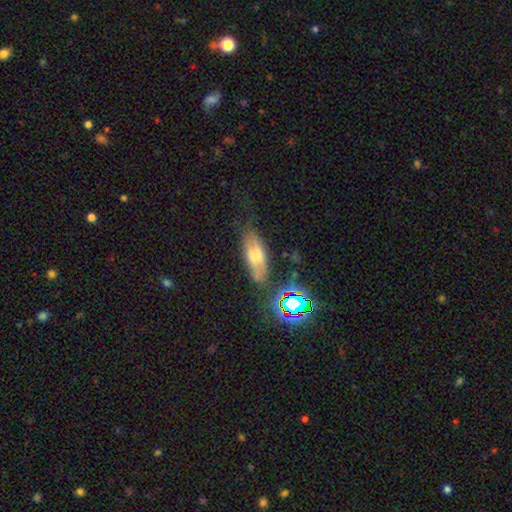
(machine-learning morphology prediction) A smooth galaxy with no disk features (58%) that is in between round and cigar-shaped (76%). Merging: none (62%).